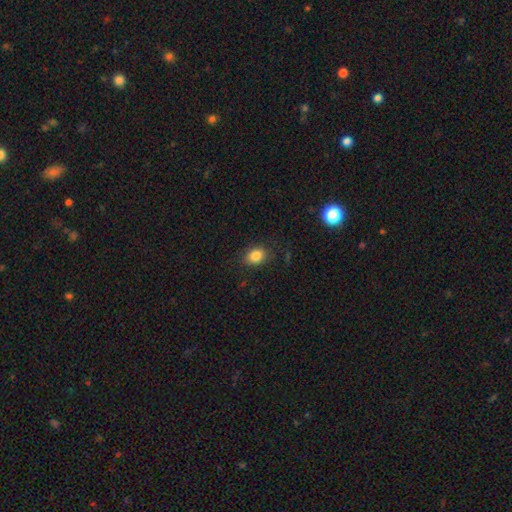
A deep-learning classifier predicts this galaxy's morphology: A smooth galaxy with no disk features (84%) that is in between round and cigar-shaped (66%).

Vote fractions:
- Smooth or featured? smooth: 84% / star or artifact: 10% / featured or disk: 6%
- How rounded? in between: 66% / round: 33% / cigar-shaped: 1%
- Merging? none: 82% / minor disturbance: 12% / major disturbance: 4% / merger: 1%